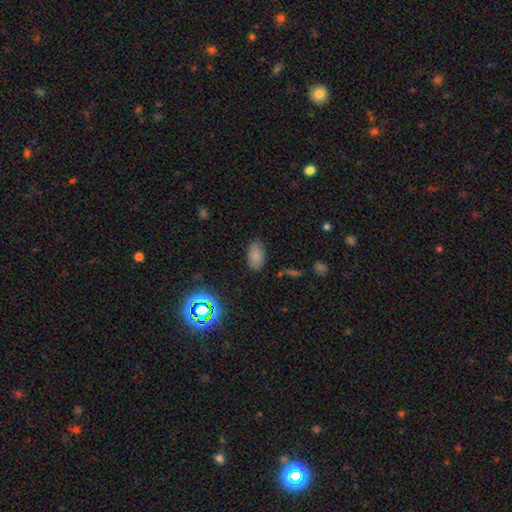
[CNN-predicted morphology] Smooth or featured? smooth (80%)
How rounded? in between (93%)
Merging? none (83%)